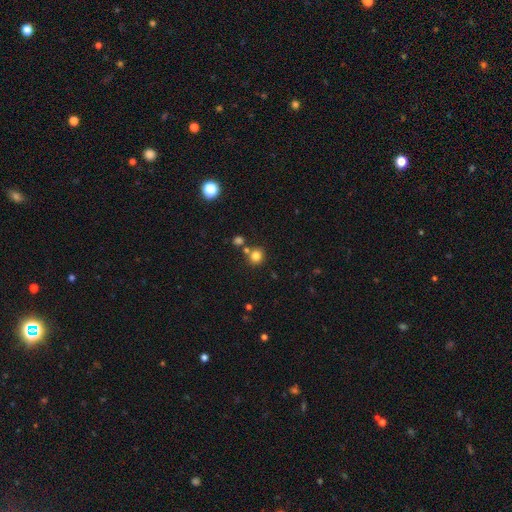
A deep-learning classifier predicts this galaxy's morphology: Smooth or featured? Predicted: smooth (p=0.80). How rounded? Predicted: round (p=0.89). Merging? Predicted: none (p=0.72).